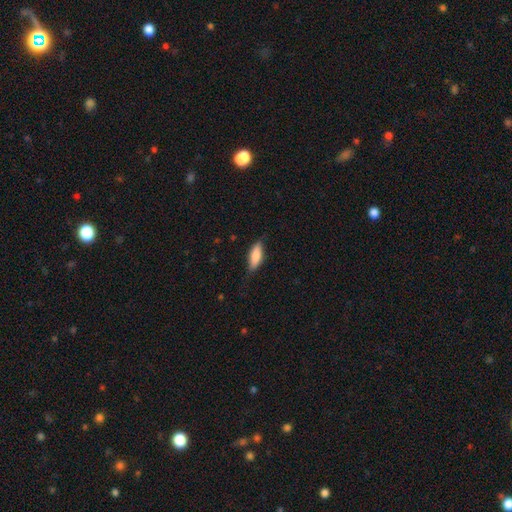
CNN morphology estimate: A smooth galaxy with no disk features (79%) that is in between round and cigar-shaped (69%). Merging: none (73%).